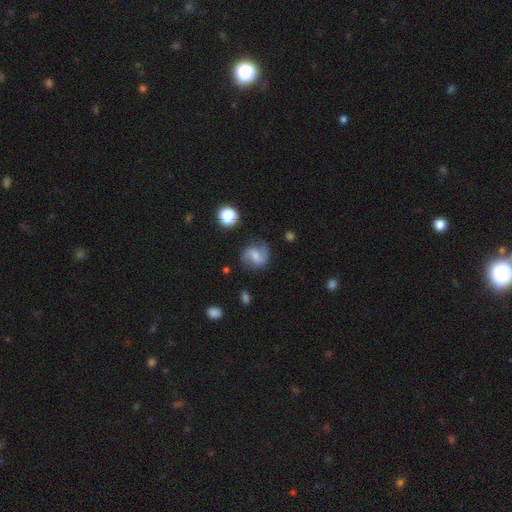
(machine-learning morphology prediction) smooth_or_featured: featured or disk (p=0.69) [alt: smooth p=0.23]
disk_edge_on: no (p=0.98) [alt: yes p=0.02]
bar: weak (p=0.50) [alt: no p=0.32]
has_spiral_arms: yes (p=0.93) [alt: no p=0.07]
spiral_winding: loose (p=0.44) [alt: medium p=0.43]
spiral_arm_count: 2 (p=0.89) [alt: can't tell p=0.05]
bulge_size: small (p=0.38) [alt: moderate p=0.35]
merging: none (p=0.78) [alt: minor disturbance p=0.15]